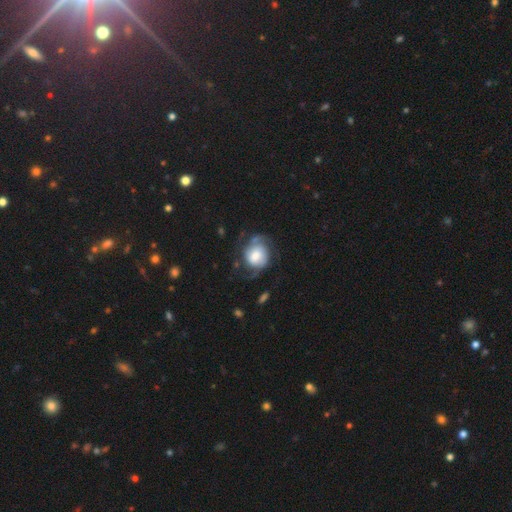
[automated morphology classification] smooth_or_featured: featured or disk (p=0.60) [alt: smooth p=0.33]
disk_edge_on: no (p=0.98) [alt: yes p=0.02]
bar: no (p=0.62) [alt: weak p=0.31]
has_spiral_arms: yes (p=0.88) [alt: no p=0.12]
spiral_winding: medium (p=0.41) [alt: tight p=0.32]
spiral_arm_count: 2 (p=0.71) [alt: can't tell p=0.12]
bulge_size: large (p=0.38) [alt: moderate p=0.33]
merging: none (p=0.55) [alt: minor disturbance p=0.23]